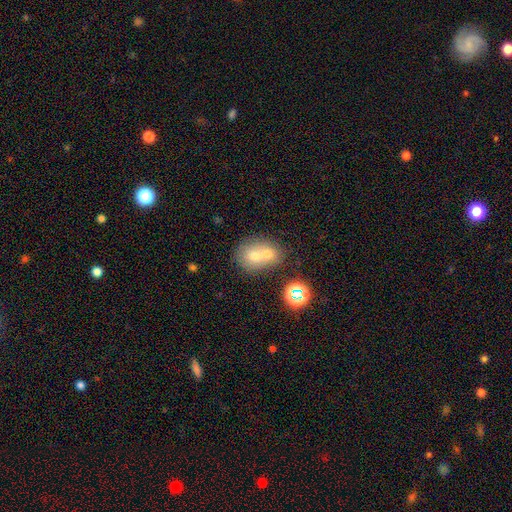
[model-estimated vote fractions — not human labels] The model was most divided on "how rounded": round: 67%, in between: 32%, cigar-shaped: 1%. More confident: merging — merger (64%); smooth or featured — smooth (62%).